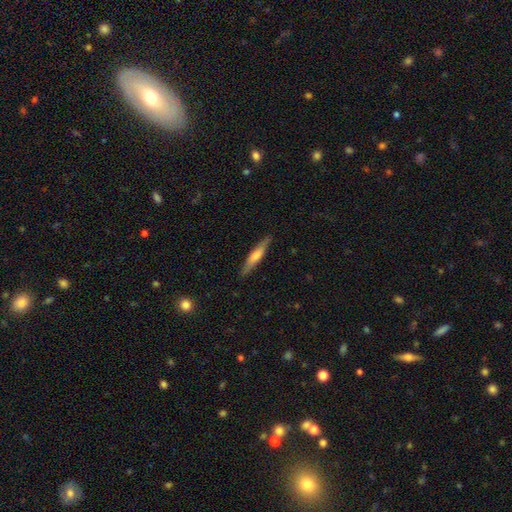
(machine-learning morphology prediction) featured or disk 50%, smooth 44%, star or artifact 6%. Down the decision tree: merging — none (88%).